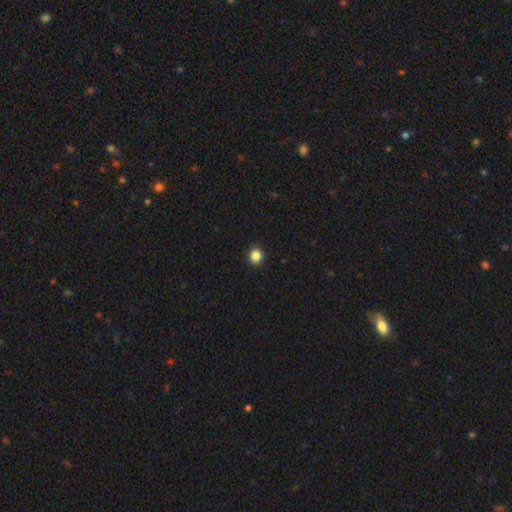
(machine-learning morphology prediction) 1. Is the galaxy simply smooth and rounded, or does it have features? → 86% smooth, 11% star or artifact, 3% featured or disk.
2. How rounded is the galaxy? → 90% round, 9% in between, 1% cigar-shaped.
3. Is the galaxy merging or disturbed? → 93% none, 4% minor disturbance, 1% major disturbance, 1% merger.